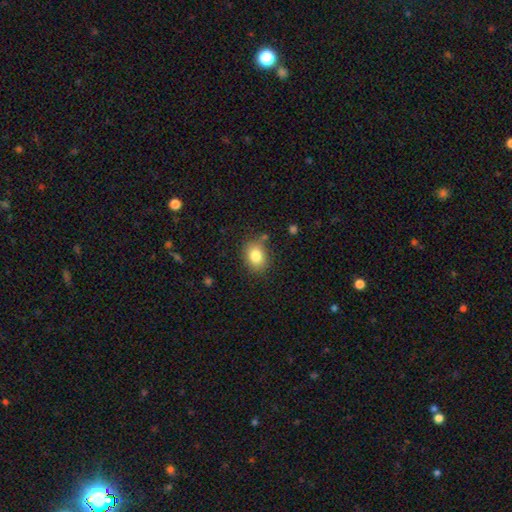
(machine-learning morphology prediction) A smooth galaxy with no disk features (83%) that is in between round and cigar-shaped (59%).

Vote fractions:
- Smooth or featured? smooth: 83% / star or artifact: 9% / featured or disk: 8%
- How rounded? in between: 59% / round: 40% / cigar-shaped: 1%
- Merging? none: 77% / minor disturbance: 15% / major disturbance: 4% / merger: 3%